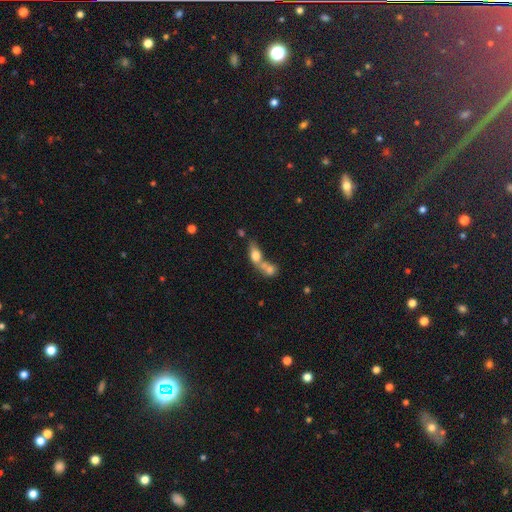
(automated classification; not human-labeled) Overall: smooth (69%). How rounded: in between (68%). Merging: merger (67%).